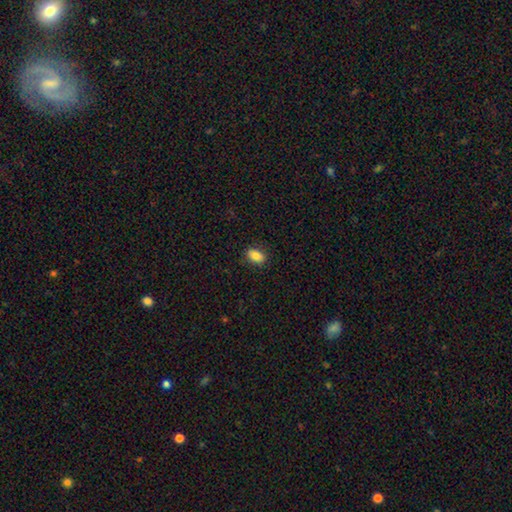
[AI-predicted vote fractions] A smooth galaxy with no disk features (84%) that is in between round and cigar-shaped (87%).

Vote fractions:
- Smooth or featured? smooth: 84% / star or artifact: 8% / featured or disk: 8%
- How rounded? in between: 87% / round: 10% / cigar-shaped: 3%
- Merging? none: 87% / minor disturbance: 10% / major disturbance: 2% / merger: 1%